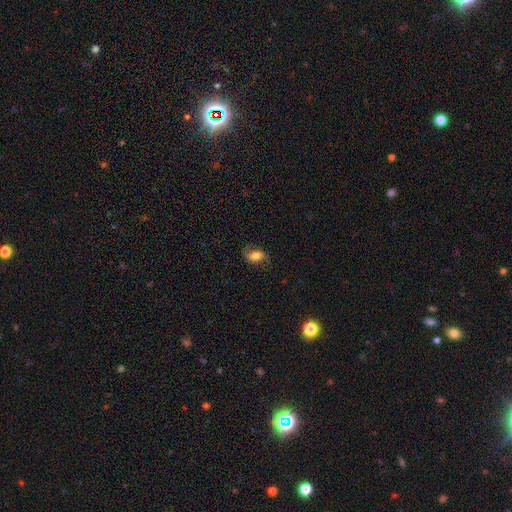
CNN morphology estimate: Smooth or featured?
  - smooth: 52% *
  - featured or disk: 39%
  - star or artifact: 10%
How rounded?
  - in between: 81% *
  - round: 17%
  - cigar-shaped: 3%
Merging?
  - none: 68% *
  - minor disturbance: 20%
  - major disturbance: 11%
  - merger: 1%